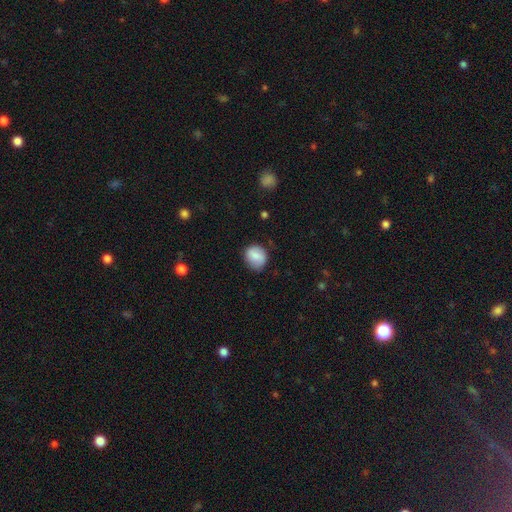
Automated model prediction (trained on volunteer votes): Overall: smooth (80%). How rounded: round (70%). Merging: none (75%).